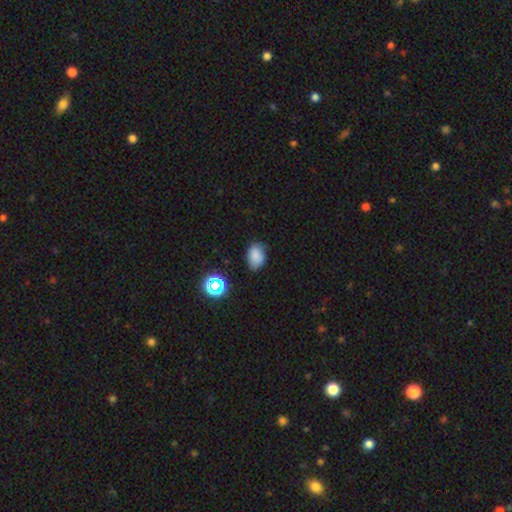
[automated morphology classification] Smooth or featured?
  - smooth: 80% *
  - star or artifact: 13%
  - featured or disk: 7%
How rounded?
  - in between: 79% *
  - round: 19%
  - cigar-shaped: 1%
Merging?
  - none: 71% *
  - minor disturbance: 23%
  - major disturbance: 4%
  - merger: 2%